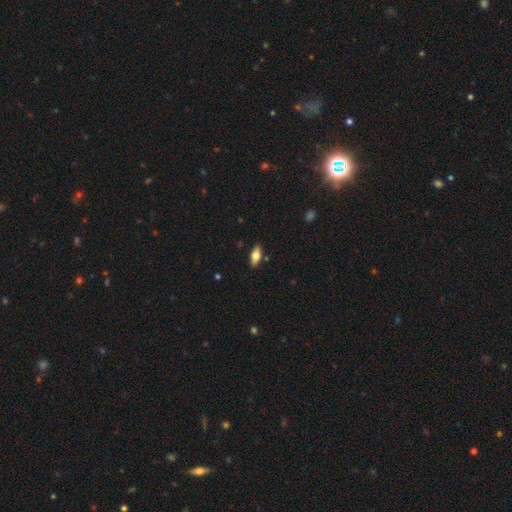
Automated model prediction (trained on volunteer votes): A smooth galaxy with no disk features (70%) that is in between round and cigar-shaped (84%).

Vote fractions:
- Smooth or featured? smooth: 70% / featured or disk: 23% / star or artifact: 7%
- How rounded? in between: 84% / cigar-shaped: 13% / round: 3%
- Merging? none: 87% / minor disturbance: 9% / major disturbance: 2% / merger: 1%